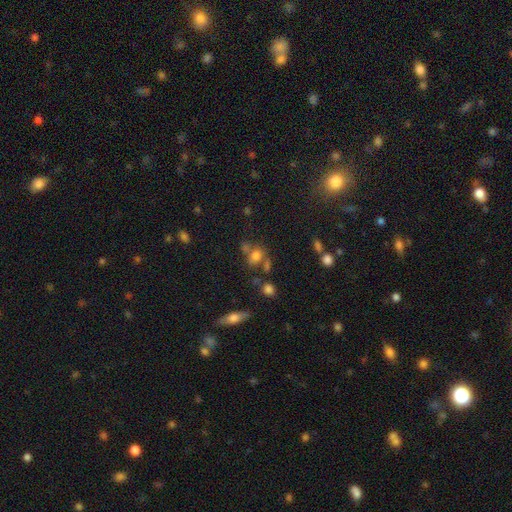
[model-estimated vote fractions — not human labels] This appears to be a smooth galaxy with no disk features (68%) that is in between round and cigar-shaped (55%). Merging: none (46%).